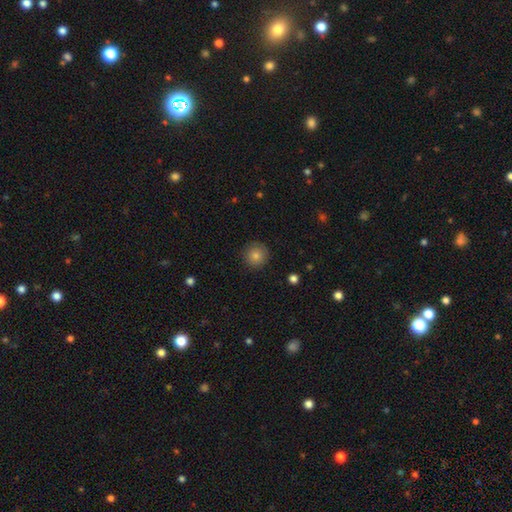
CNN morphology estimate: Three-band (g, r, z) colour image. It shows a smooth galaxy with no disk features (81%) that is round (95%). Merging: none (91%).